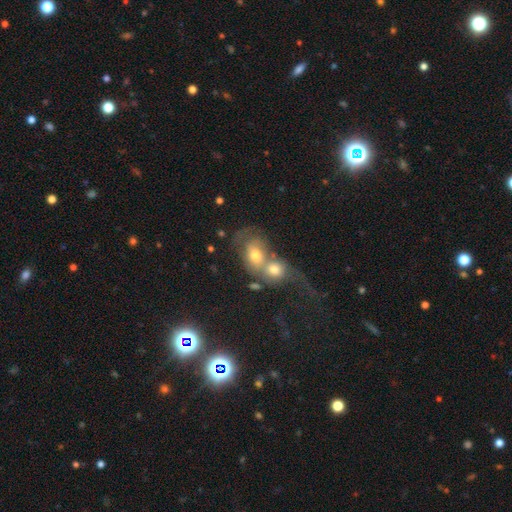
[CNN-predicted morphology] Overall: smooth (61%; featured or disk 28%). How rounded: in between (59%; round 39%). Merging: merger (73%).